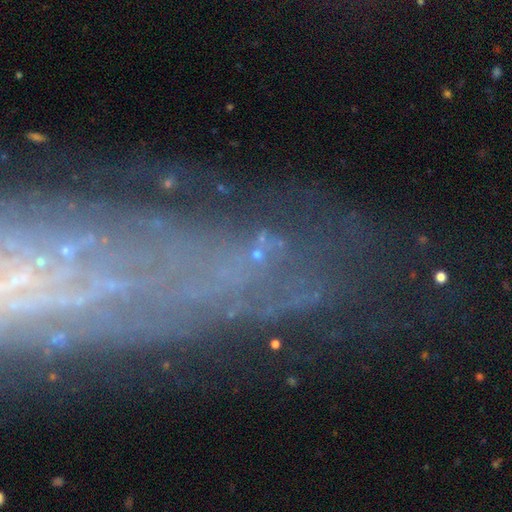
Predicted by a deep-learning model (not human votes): A star or artifact, not a galaxy (42%).

Vote fractions:
- Smooth or featured? star or artifact: 42% / featured or disk: 39% / smooth: 20%